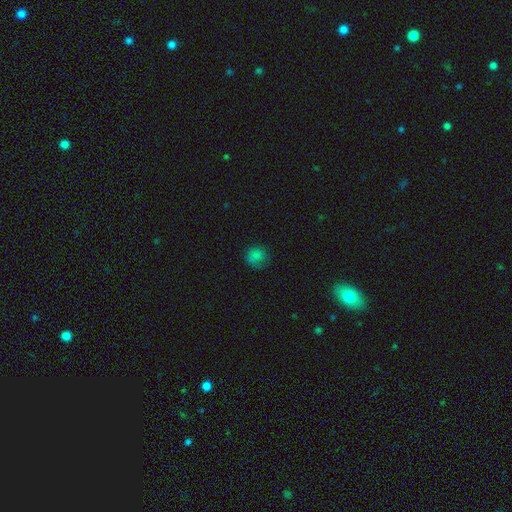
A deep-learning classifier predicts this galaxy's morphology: type=smooth (78%); roundness=round (84%); merging=none (74%).